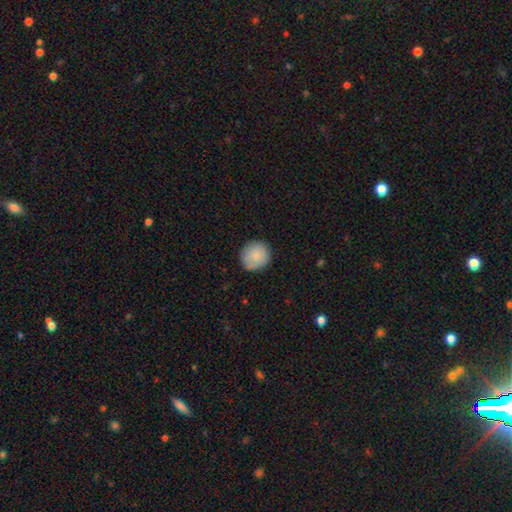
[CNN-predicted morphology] Smooth or featured? Predicted: smooth (p=0.84). How rounded? Predicted: round (p=0.92). Merging? Predicted: none (p=0.84).